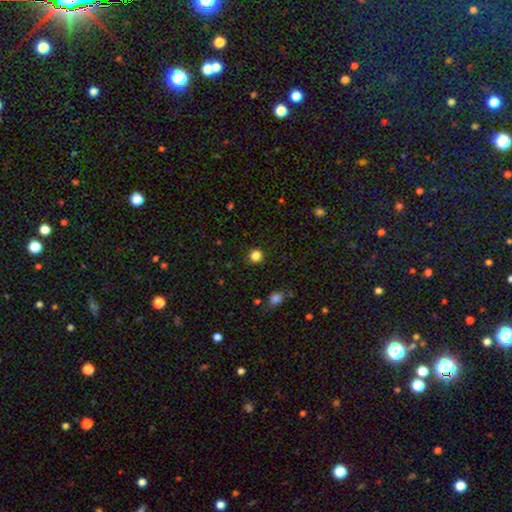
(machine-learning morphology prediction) Smooth or featured: smooth — 82% (star or artifact — 14%)
How rounded: round — 86% (in between — 13%)
Merging: none — 86% (minor disturbance — 9%)